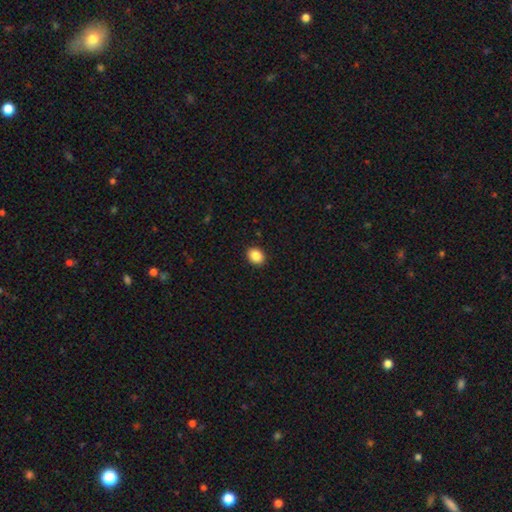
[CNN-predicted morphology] Smooth or featured? smooth (87%)
How rounded? in between (54%)
Merging? none (91%)